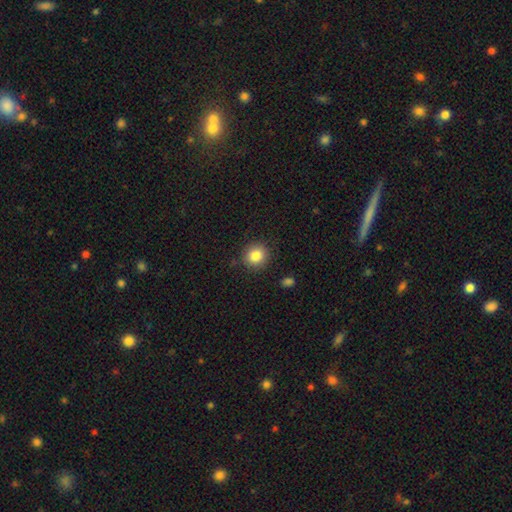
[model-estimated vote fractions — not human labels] smooth-or-featured: smooth: 85% | star or artifact: 9% | featured or disk: 6%
  how-rounded: round: 87% | in between: 12% | cigar-shaped: 1%
  merging: none: 87% | minor disturbance: 9% | major disturbance: 2% | merger: 2%